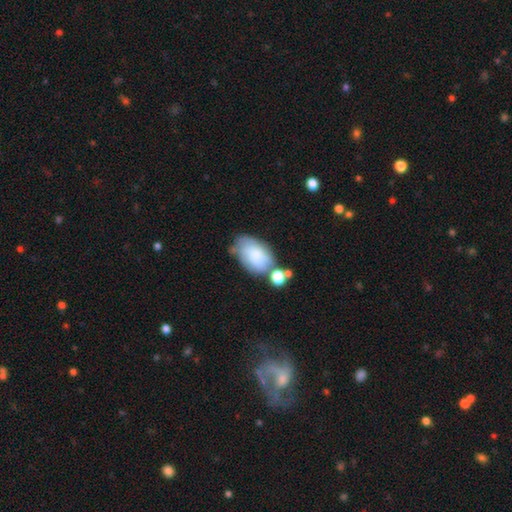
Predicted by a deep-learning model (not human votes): This is likely a smooth galaxy (69%). How rounded: clearly in between (90%). Merging: marginally none (37%).